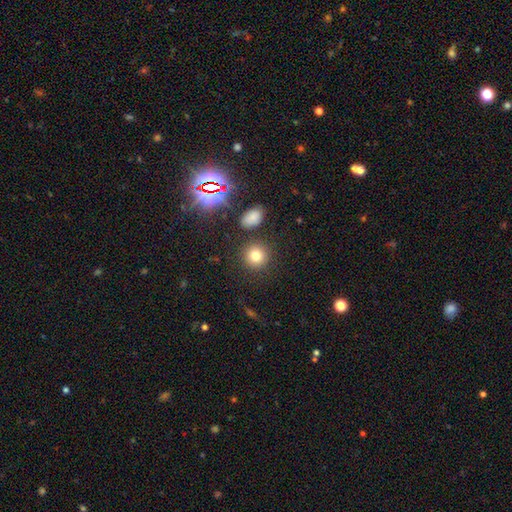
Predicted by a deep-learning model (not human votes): Overall: smooth (77%). How rounded: round (91%). Merging: none (86%).